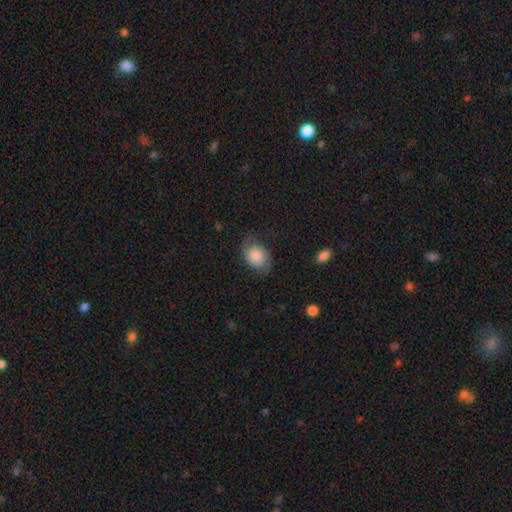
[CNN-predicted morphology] Smooth or featured?
  - smooth: 55% *
  - featured or disk: 37%
  - star or artifact: 8%
How rounded?
  - in between: 63% *
  - round: 36%
  - cigar-shaped: 1%
Merging?
  - none: 64% *
  - minor disturbance: 23%
  - major disturbance: 12%
  - merger: 1%